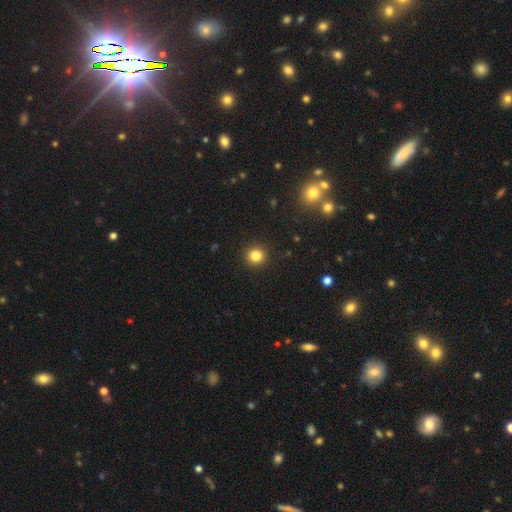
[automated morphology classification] smooth-or-featured: smooth: 83% | star or artifact: 12% | featured or disk: 5%
  how-rounded: round: 92% | in between: 7% | cigar-shaped: 1%
  merging: none: 93% | minor disturbance: 5% | major disturbance: 2% | merger: 1%